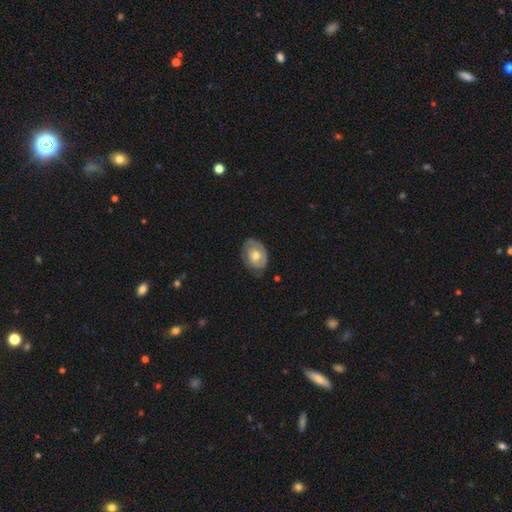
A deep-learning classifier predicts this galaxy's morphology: smooth-or-featured: featured or disk: 56% | smooth: 38% | star or artifact: 6%
  disk-edge-on: no: 95% | yes: 5%
    bar: no: 78% | weak: 19% | strong: 4%
    has-spiral-arms: yes: 63% | no: 37%
    bulge-size: moderate: 70% | small: 22% | large: 6% | none: 1% | dominant: 1%
  merging: none: 67% | minor disturbance: 24% | major disturbance: 7% | merger: 1%